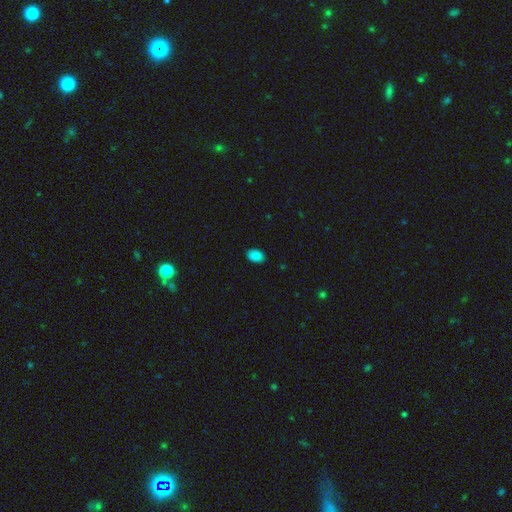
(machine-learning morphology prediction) A smooth galaxy with no disk features (87%) that is in between round and cigar-shaped (87%).

Vote fractions:
- Smooth or featured? smooth: 87% / star or artifact: 10% / featured or disk: 3%
- How rounded? in between: 87% / round: 12% / cigar-shaped: 1%
- Merging? none: 87% / minor disturbance: 10% / major disturbance: 2% / merger: 1%